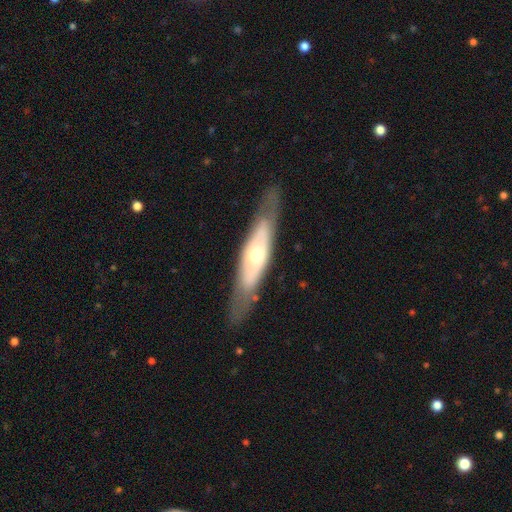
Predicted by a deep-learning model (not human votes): featured or disk 68%, smooth 26%, star or artifact 7%. Down the decision tree: edge-on disk — yes (54%); merging — none (83%).